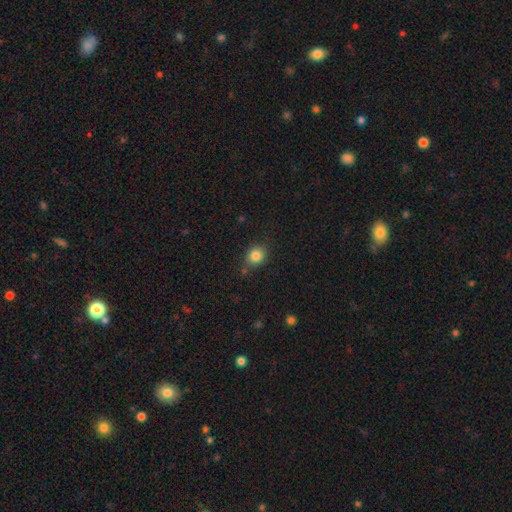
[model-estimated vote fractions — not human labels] Smooth or featured? smooth (84%)
How rounded? round (65%)
Merging? none (77%)